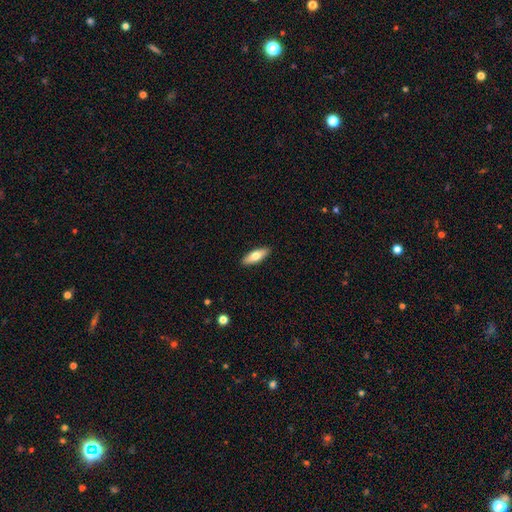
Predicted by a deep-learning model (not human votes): Q: Smooth or featured?
A: smooth (69%); runner-up: featured or disk (25%)
Q: How rounded?
A: in between (64%); runner-up: cigar-shaped (34%)
Q: Merging?
A: none (91%); runner-up: minor disturbance (7%)